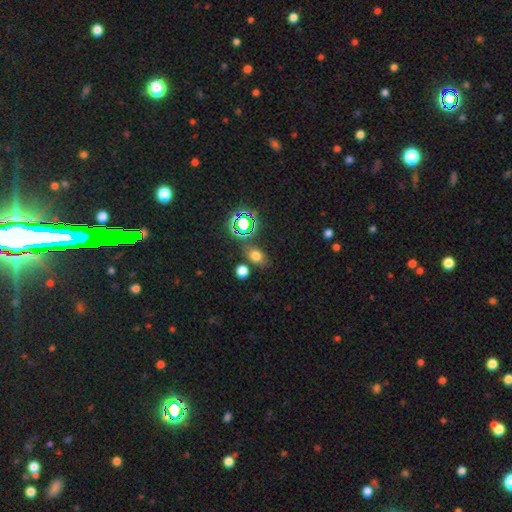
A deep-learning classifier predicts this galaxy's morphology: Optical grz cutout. It shows a smooth galaxy with no disk features (66%) that is in between round and cigar-shaped (65%). Merging: none (74%).